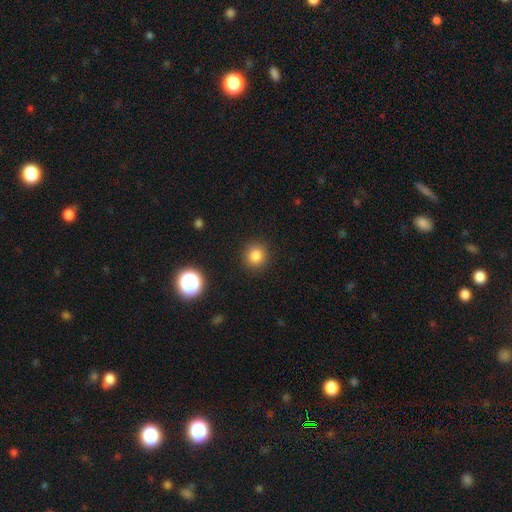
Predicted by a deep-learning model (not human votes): Smooth or featured? smooth (83%)
How rounded? round (91%)
Merging? none (91%)